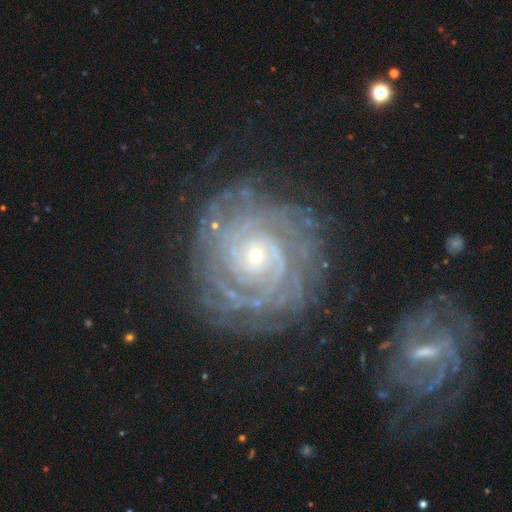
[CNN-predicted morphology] featured or disk 89%, star or artifact 6%, smooth 4%. Down the decision tree: edge-on disk — no (97%); bar — no (70%); spiral arms — yes (98%); spiral arm count — can't tell (25%); spiral winding — tight (83%); bulge size — small (77%); merging — none (76%).